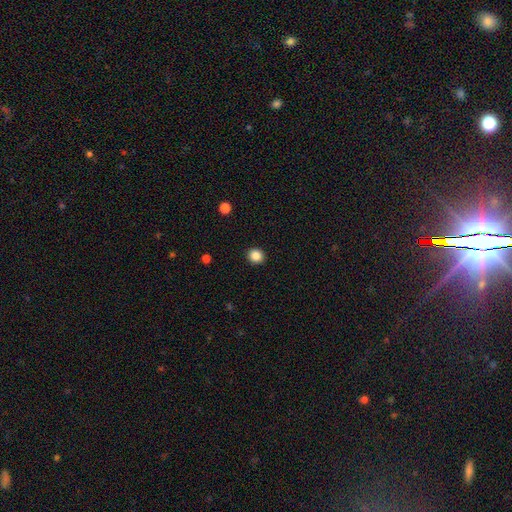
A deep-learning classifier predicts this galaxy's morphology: Smooth or featured?
  - smooth: 86% *
  - star or artifact: 11%
  - featured or disk: 3%
How rounded?
  - round: 88% *
  - in between: 11%
  - cigar-shaped: 1%
Merging?
  - none: 92% *
  - minor disturbance: 5%
  - major disturbance: 2%
  - merger: 1%